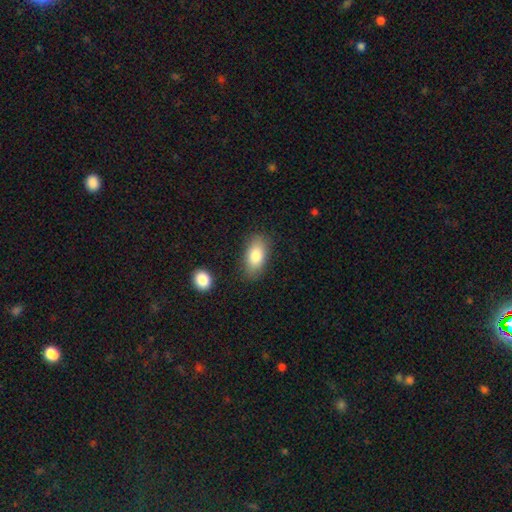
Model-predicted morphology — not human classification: A smooth galaxy with no disk features (82%) that is in between round and cigar-shaped (90%). Merging: none (81%).